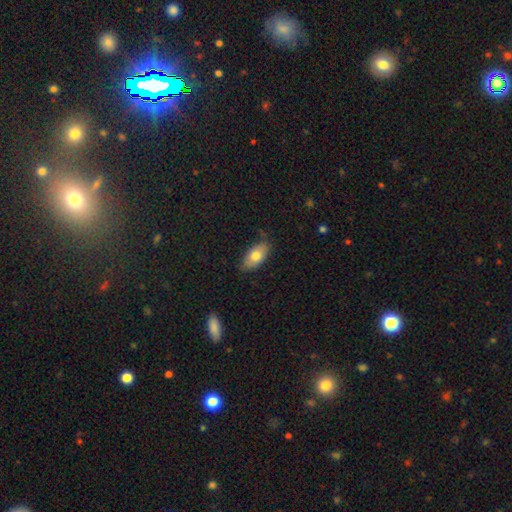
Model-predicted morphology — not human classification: A smooth galaxy with no disk features (74%) that is in between round and cigar-shaped (92%).

Vote fractions:
- Smooth or featured? smooth: 74% / featured or disk: 19% / star or artifact: 7%
- How rounded? in between: 92% / cigar-shaped: 4% / round: 4%
- Merging? none: 77% / minor disturbance: 19% / major disturbance: 3% / merger: 1%